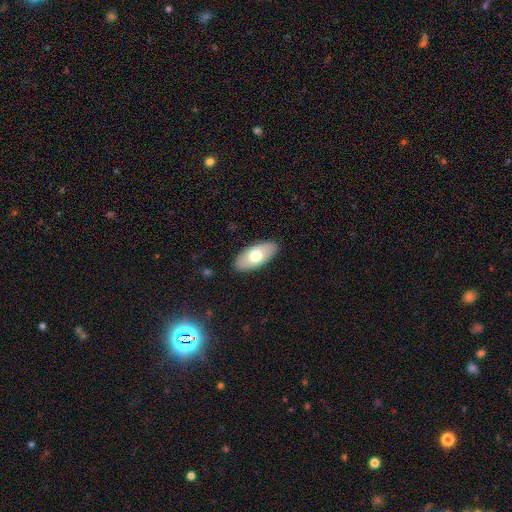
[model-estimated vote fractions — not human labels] Smooth or featured? smooth (67%)
How rounded? in between (93%)
Merging? none (88%)